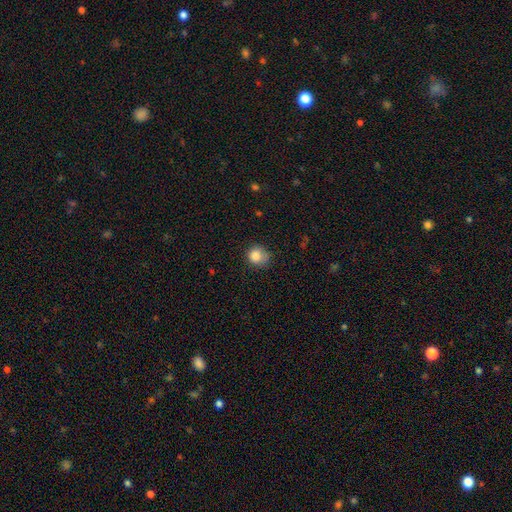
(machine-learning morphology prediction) Smooth or featured: smooth — 85% (star or artifact — 10%)
How rounded: round — 83% (in between — 17%)
Merging: none — 59% (minor disturbance — 29%)